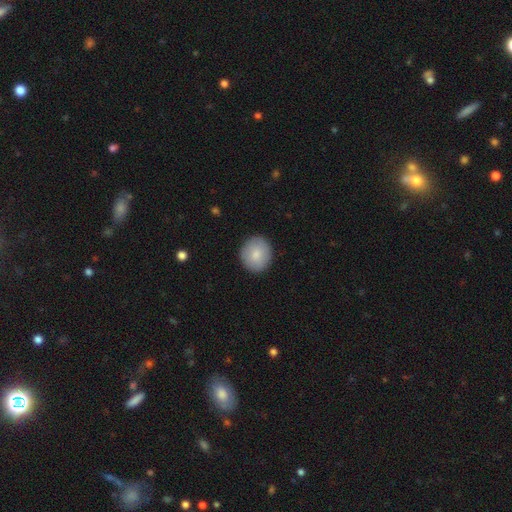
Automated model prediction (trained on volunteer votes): smooth_or_featured: smooth (p=0.82) [alt: featured or disk p=0.12]
how_rounded: round (p=0.80) [alt: in between p=0.19]
merging: none (p=0.88) [alt: minor disturbance p=0.09]